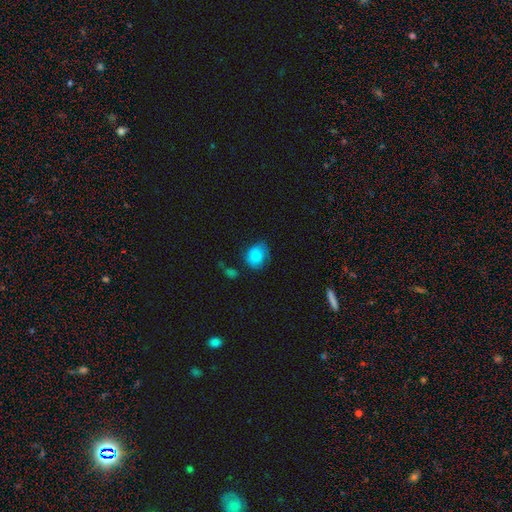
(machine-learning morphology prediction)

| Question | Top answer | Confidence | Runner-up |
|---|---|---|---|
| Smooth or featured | smooth | 83% | featured or disk (9%) |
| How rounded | round | 56% | in between (43%) |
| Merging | none | 54% | minor disturbance (32%) |